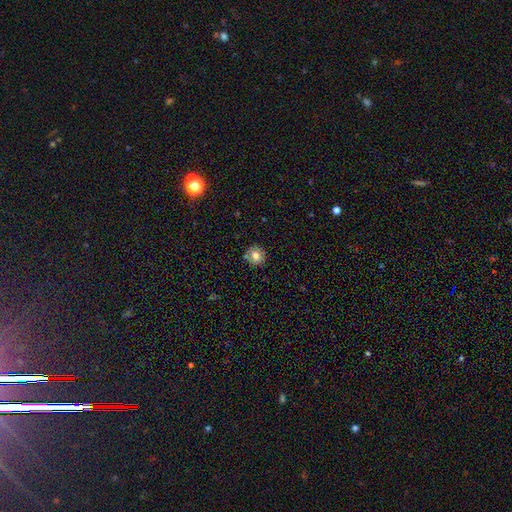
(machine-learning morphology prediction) This appears to be a smooth galaxy with no disk features (75%) that is round (90%). Merging: none (82%).